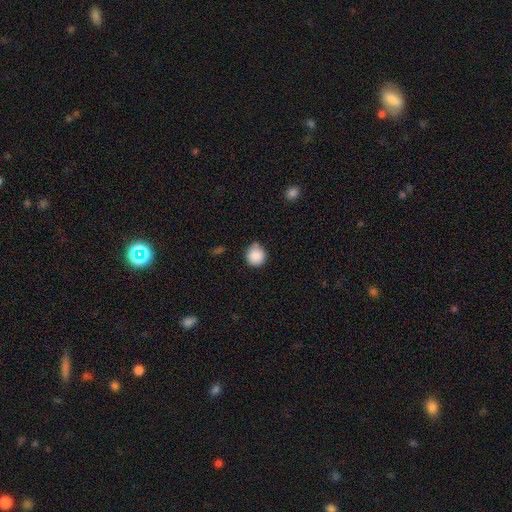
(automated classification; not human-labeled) Smooth or featured? Predicted: smooth (p=0.88). How rounded? Predicted: round (p=0.90). Merging? Predicted: none (p=0.73).